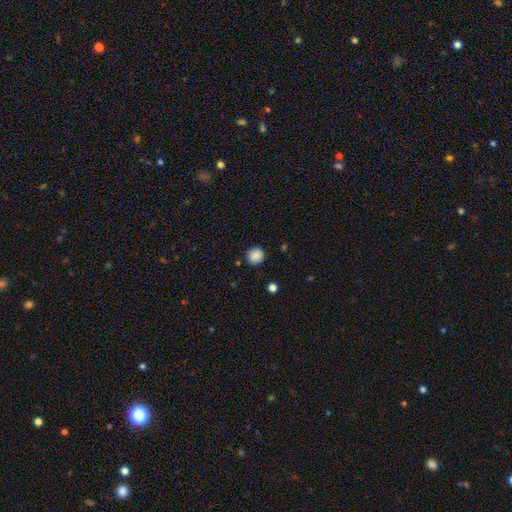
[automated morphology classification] A smooth galaxy with no disk features (87%) that is round (92%).

Vote fractions:
- Smooth or featured? smooth: 87% / star or artifact: 9% / featured or disk: 3%
- How rounded? round: 92% / in between: 7% / cigar-shaped: 1%
- Merging? none: 88% / minor disturbance: 8% / major disturbance: 2% / merger: 1%